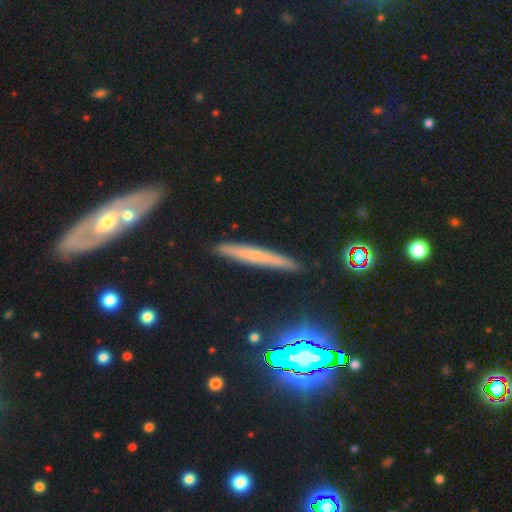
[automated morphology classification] Overall: smooth (47%; featured or disk 39%). Merging: none (89%).